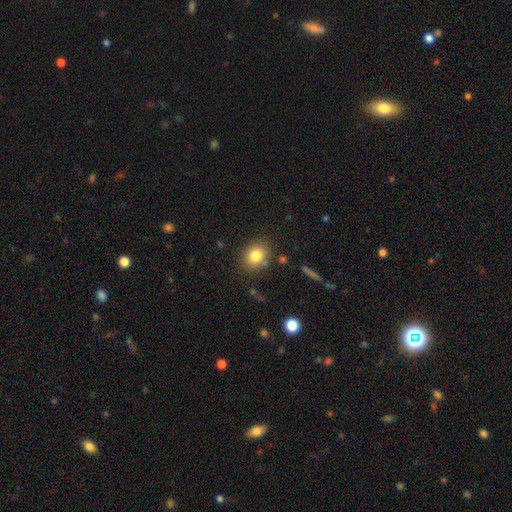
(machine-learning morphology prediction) Smooth or featured?
  - smooth: 81% *
  - star or artifact: 11%
  - featured or disk: 8%
How rounded?
  - round: 61% *
  - in between: 38%
  - cigar-shaped: 1%
Merging?
  - none: 82% *
  - minor disturbance: 11%
  - merger: 3%
  - major disturbance: 3%